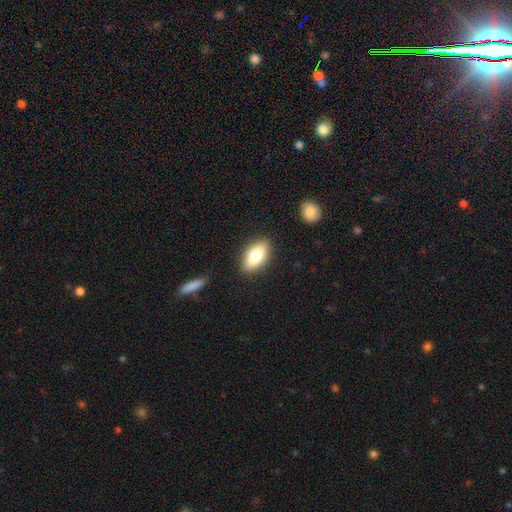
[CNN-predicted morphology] A smooth galaxy with no disk features (74%) that is in between round and cigar-shaped (87%). Merging: none (86%).